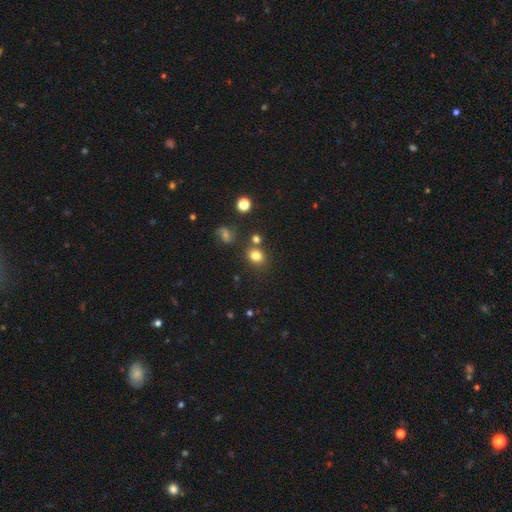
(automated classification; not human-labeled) A smooth galaxy with no disk features (79%) that is round (65%). Merging: none (73%).